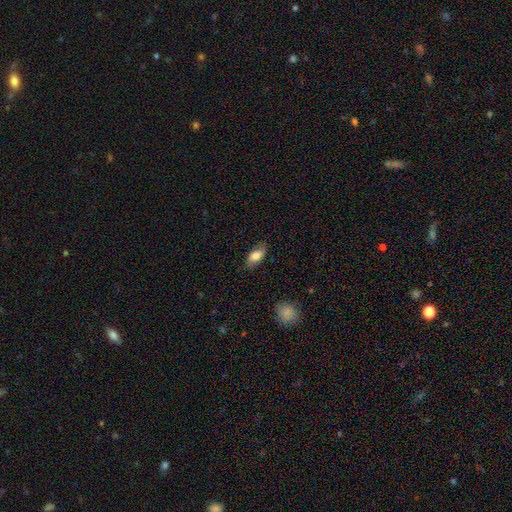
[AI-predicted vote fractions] Smooth or featured? Predicted: smooth (p=0.78). How rounded? Predicted: in between (p=0.87). Merging? Predicted: none (p=0.79).